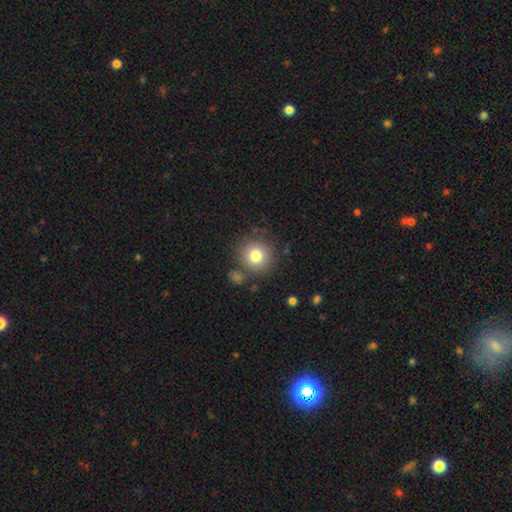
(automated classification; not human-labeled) This is likely a smooth galaxy (79%). How rounded: clearly round (92%). Merging: likely none (80%).